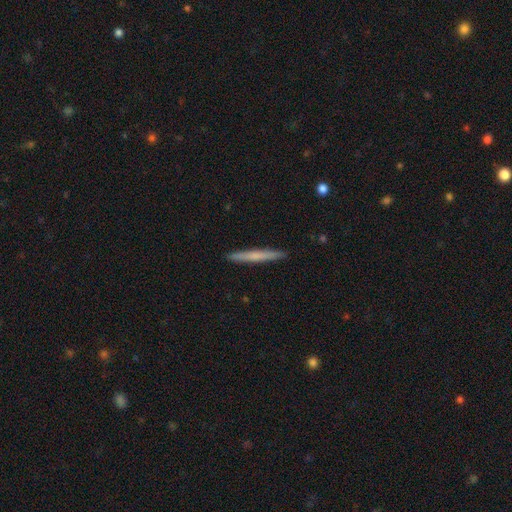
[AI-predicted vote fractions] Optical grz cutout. It shows a smooth galaxy with no disk features (60%) that is cigar-shaped (97%). Merging: none (92%).